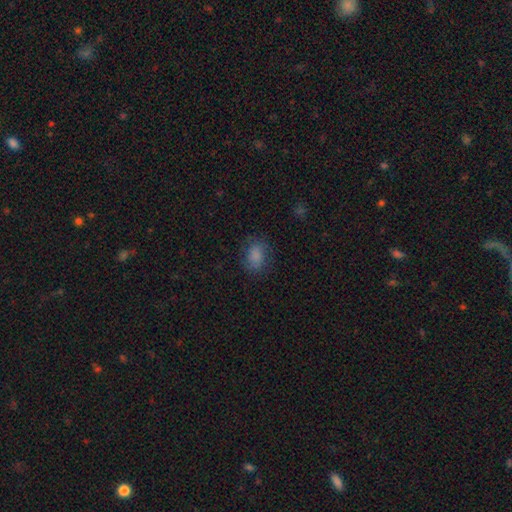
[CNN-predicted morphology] Q: Smooth or featured?
A: smooth (77%); runner-up: featured or disk (12%)
Q: How rounded?
A: in between (68%); runner-up: round (30%)
Q: Merging?
A: none (72%); runner-up: minor disturbance (19%)